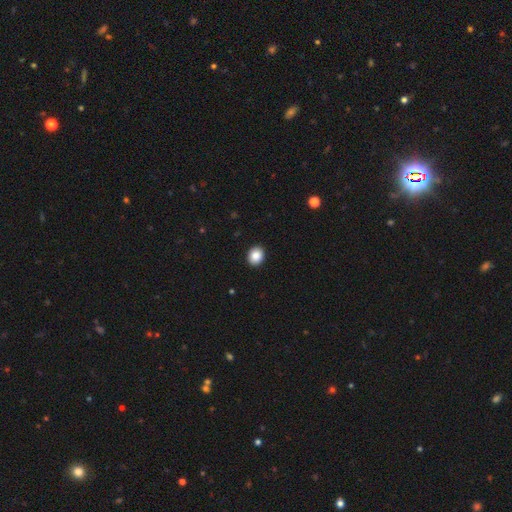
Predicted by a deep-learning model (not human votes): Morphology: type=smooth (88%); roundness=round (61%); merging=none (92%).